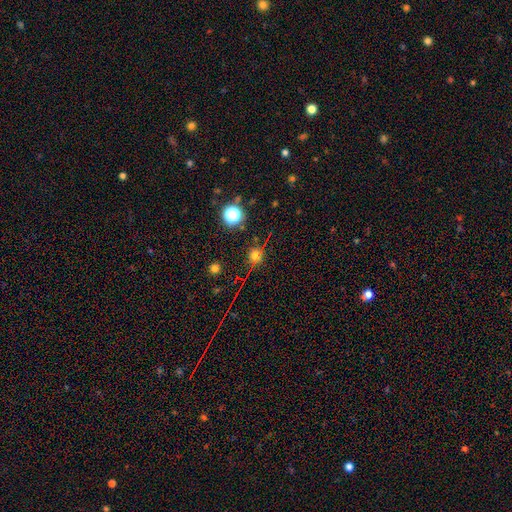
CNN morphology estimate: smooth 48%, star or artifact 43%, featured or disk 9%. Down the decision tree: merging — none (81%).